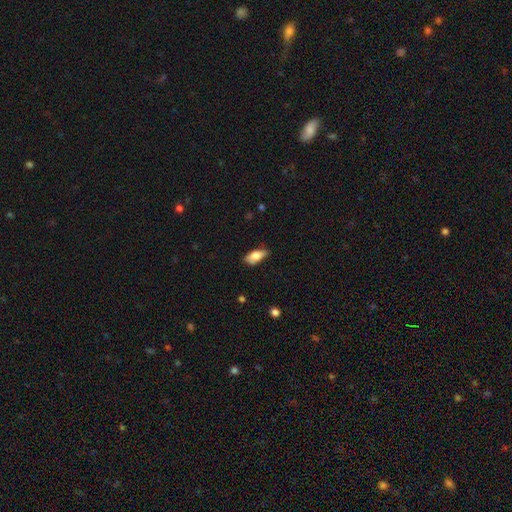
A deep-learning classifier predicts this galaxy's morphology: This is likely a smooth galaxy (74%). How rounded: clearly in between (81%). Merging: likely none (71%).